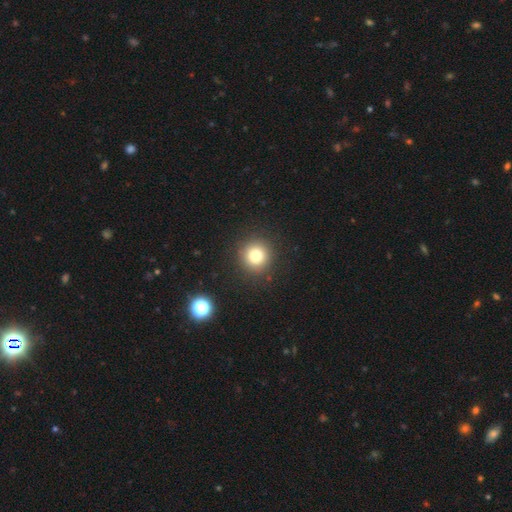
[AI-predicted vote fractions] smooth_or_featured: smooth (p=0.78) [alt: star or artifact p=0.14]
how_rounded: round (p=0.94) [alt: in between p=0.05]
merging: none (p=0.90) [alt: minor disturbance p=0.06]